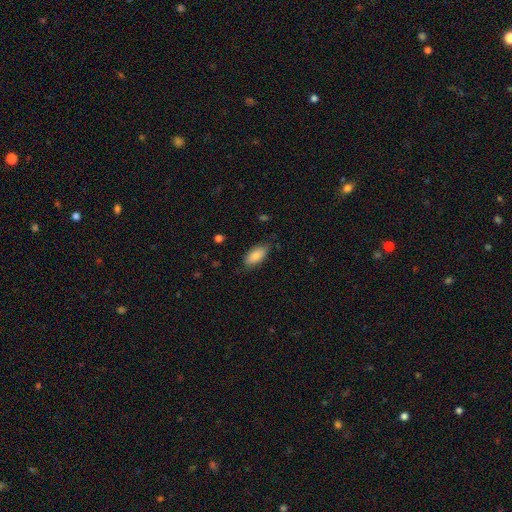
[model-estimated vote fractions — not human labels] Q: Smooth or featured?
A: smooth (85%); runner-up: featured or disk (9%)
Q: How rounded?
A: in between (90%); runner-up: cigar-shaped (7%)
Q: Merging?
A: none (76%); runner-up: minor disturbance (19%)